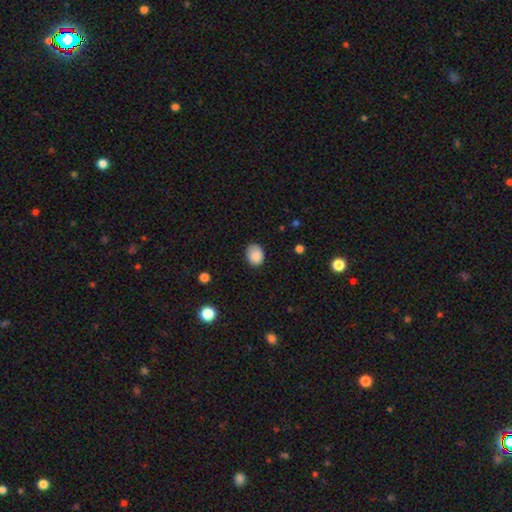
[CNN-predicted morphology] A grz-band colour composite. It shows a smooth galaxy with no disk features (86%) that is round (54%). Merging: none (75%).